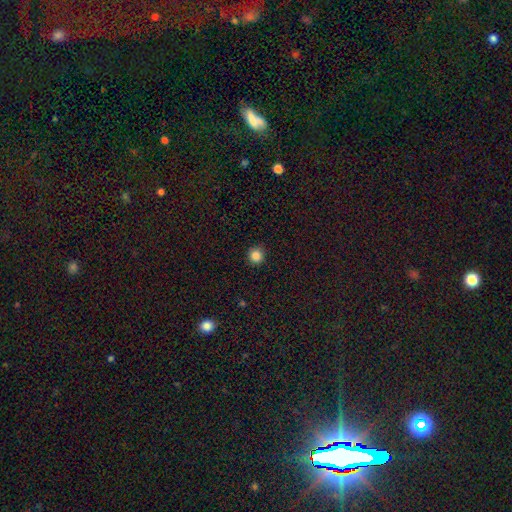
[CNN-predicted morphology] A smooth galaxy with no disk features (85%) that is round (94%).

Vote fractions:
- Smooth or featured? smooth: 85% / star or artifact: 12% / featured or disk: 3%
- How rounded? round: 94% / in between: 5% / cigar-shaped: 1%
- Merging? none: 91% / minor disturbance: 6% / major disturbance: 2% / merger: 1%